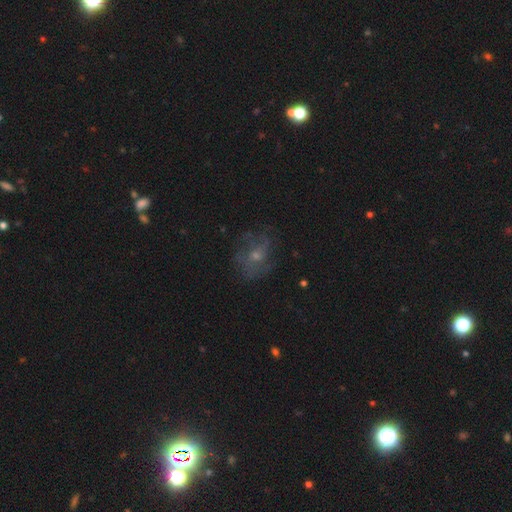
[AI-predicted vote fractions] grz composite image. It shows a featured or disk galaxy (53%) with no bar (78%), spiral arms (62%) and a small central bulge (54%). Merging: none (61%).